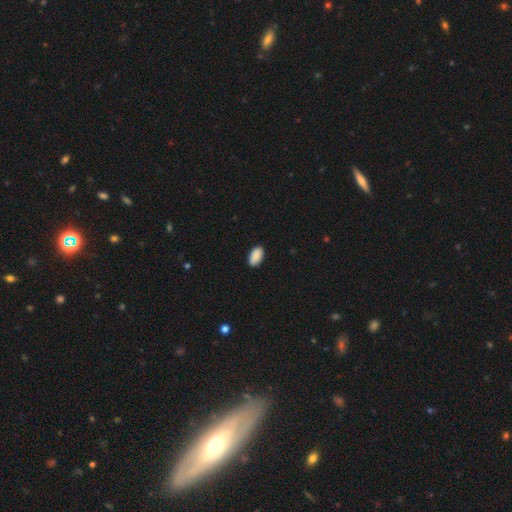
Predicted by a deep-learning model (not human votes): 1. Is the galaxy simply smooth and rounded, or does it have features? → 91% smooth, 6% star or artifact, 3% featured or disk.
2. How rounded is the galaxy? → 95% in between, 3% round, 2% cigar-shaped.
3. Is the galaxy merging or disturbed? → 88% none, 9% minor disturbance, 2% major disturbance, 1% merger.